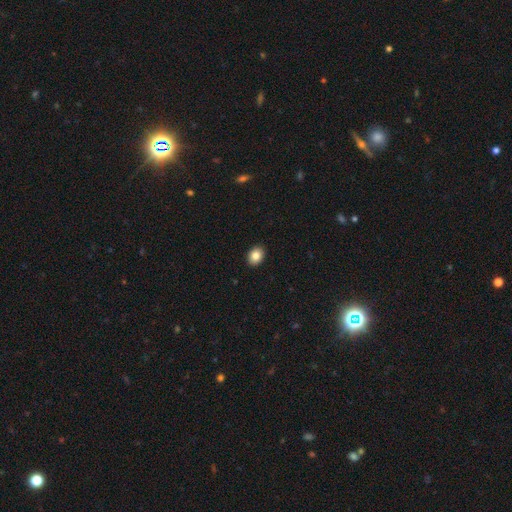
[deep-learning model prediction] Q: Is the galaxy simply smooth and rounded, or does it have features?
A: smooth — 85%.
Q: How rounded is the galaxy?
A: in between — 64%.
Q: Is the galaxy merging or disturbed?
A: none — 91%.